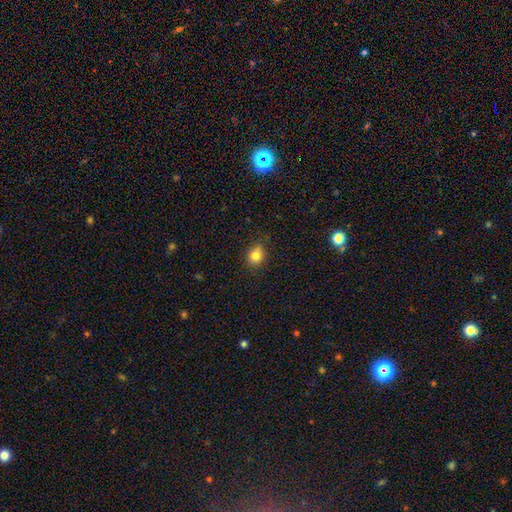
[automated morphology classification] Smooth or featured? smooth (82%)
How rounded? round (63%)
Merging? none (84%)